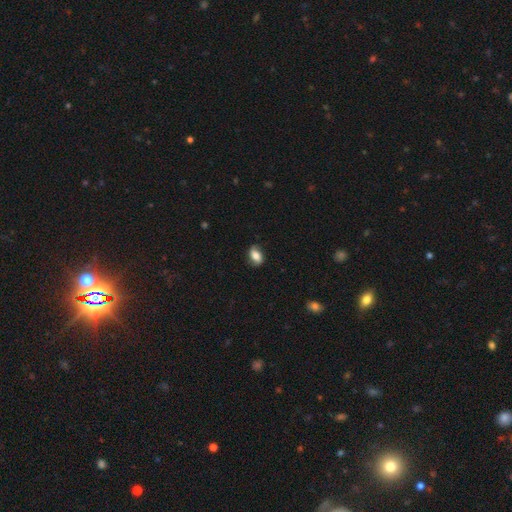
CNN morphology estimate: Q: Smooth or featured?
A: smooth (59%); runner-up: featured or disk (32%)
Q: How rounded?
A: in between (83%); runner-up: round (15%)
Q: Merging?
A: none (74%); runner-up: minor disturbance (19%)